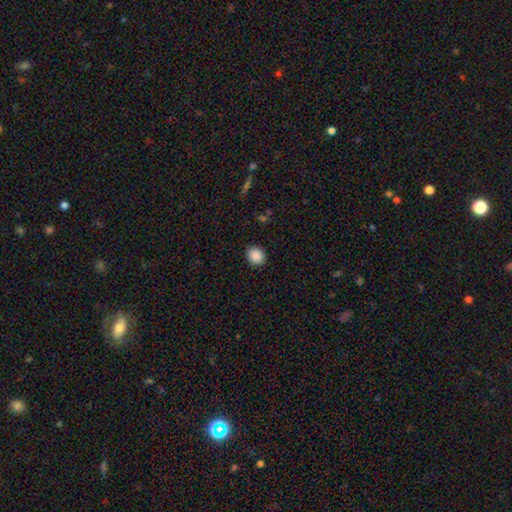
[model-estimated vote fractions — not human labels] Overall: smooth (89%). How rounded: round (64%; in between 36%). Merging: none (89%).